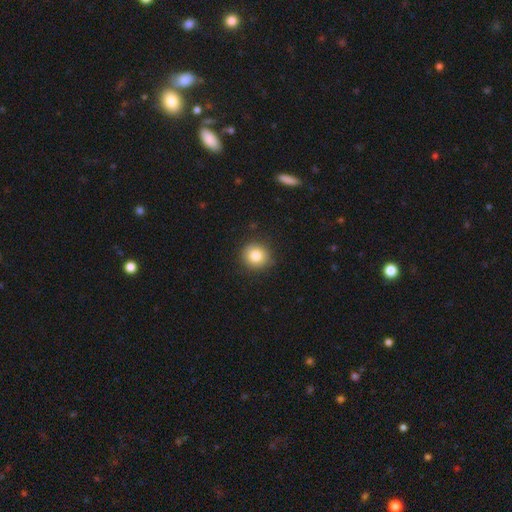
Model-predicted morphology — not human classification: A smooth galaxy with no disk features (82%) that is round (90%). Merging: none (88%).